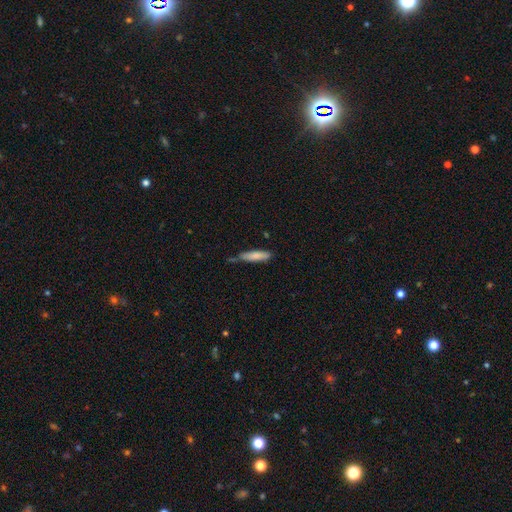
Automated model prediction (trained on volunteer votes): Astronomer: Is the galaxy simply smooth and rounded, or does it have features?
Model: smooth — 80%.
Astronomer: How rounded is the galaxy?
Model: cigar-shaped — 80%.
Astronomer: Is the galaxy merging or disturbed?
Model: none — 62%.